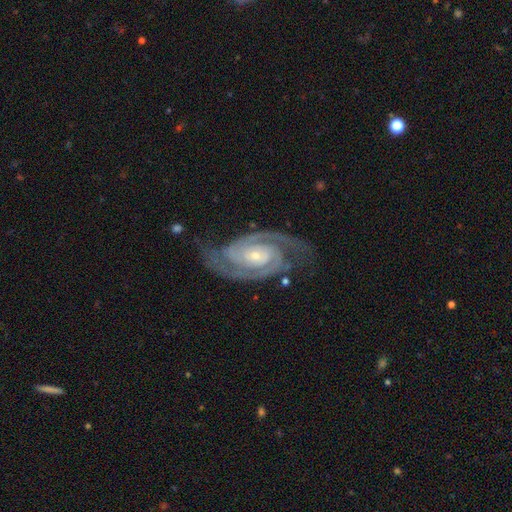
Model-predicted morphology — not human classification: smooth-or-featured: featured or disk: 93% | star or artifact: 4% | smooth: 2%
  disk-edge-on: no: 97% | yes: 3%
    bar: no: 61% | weak: 26% | strong: 13%
    has-spiral-arms: yes: 99% | no: 1%
      spiral-winding: tight: 60% | medium: 35% | loose: 4%
      spiral-arm-count: 2: 91% | 3: 3% | can't tell: 2% | 4: 1% | 1: 1% | more than 4: 1%
    bulge-size: small: 69% | moderate: 27% | none: 2% | large: 2% | dominant: 1%
  merging: none: 77% | minor disturbance: 16% | major disturbance: 6% | merger: 2%